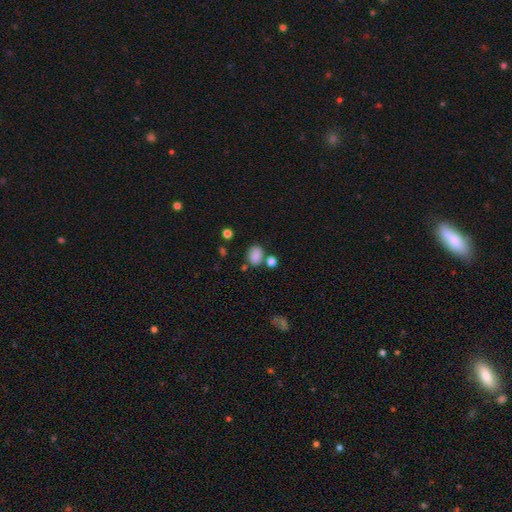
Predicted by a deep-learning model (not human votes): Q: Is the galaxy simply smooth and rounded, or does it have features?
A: smooth — 83%.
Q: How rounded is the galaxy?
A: in between — 58%.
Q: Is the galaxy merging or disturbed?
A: none — 63%.